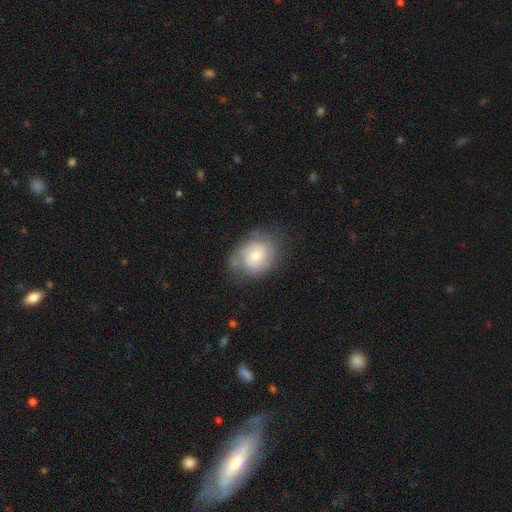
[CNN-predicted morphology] A smooth galaxy with no disk features (48%).

Vote fractions:
- Smooth or featured? smooth: 48% / featured or disk: 45% / star or artifact: 8%
- Merging? none: 61% / minor disturbance: 26% / major disturbance: 11% / merger: 2%